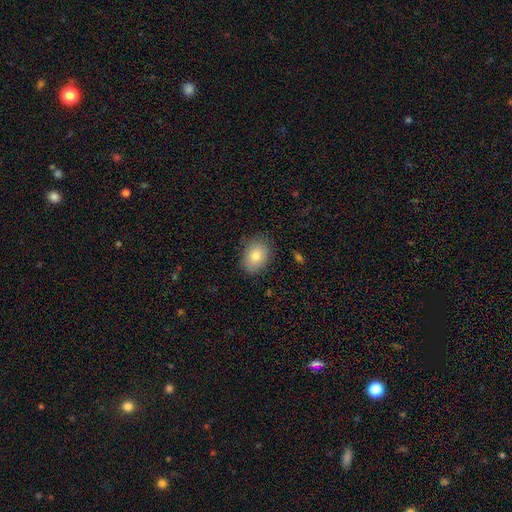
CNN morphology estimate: A smooth galaxy with no disk features (80%) that is in between round and cigar-shaped (70%). Merging: none (84%).